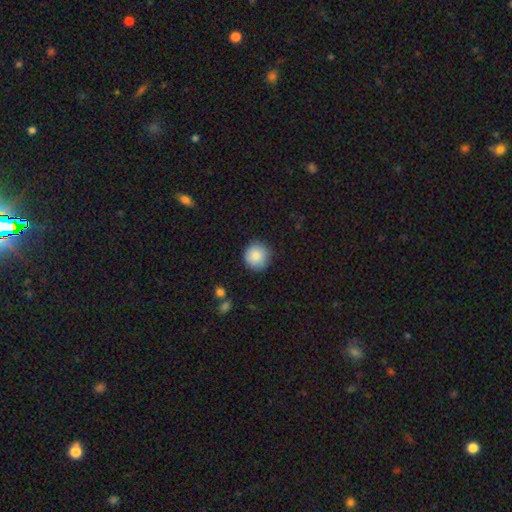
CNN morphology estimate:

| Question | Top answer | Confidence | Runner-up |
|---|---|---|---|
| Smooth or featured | smooth | 87% | star or artifact (8%) |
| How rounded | round | 94% | in between (5%) |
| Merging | none | 88% | minor disturbance (9%) |